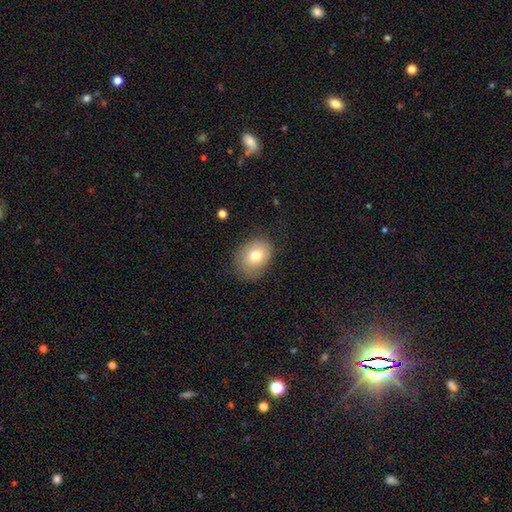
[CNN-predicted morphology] smooth_or_featured: smooth (p=0.74) [alt: featured or disk p=0.17]
how_rounded: in between (p=0.63) [alt: round p=0.36]
merging: none (p=0.76) [alt: minor disturbance p=0.18]